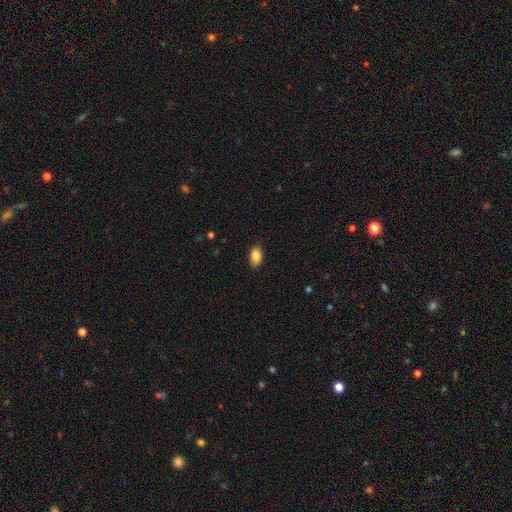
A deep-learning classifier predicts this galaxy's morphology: A smooth galaxy with no disk features (87%) that is in between round and cigar-shaped (91%). Merging: none (84%).